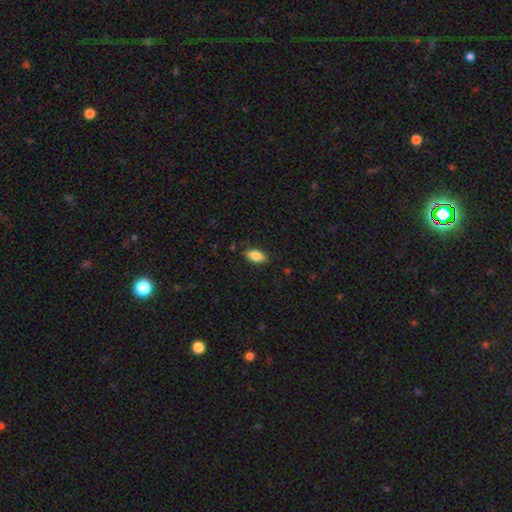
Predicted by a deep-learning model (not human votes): Smooth or featured? Predicted: smooth (p=0.83). How rounded? Predicted: in between (p=0.90). Merging? Predicted: none (p=0.85).